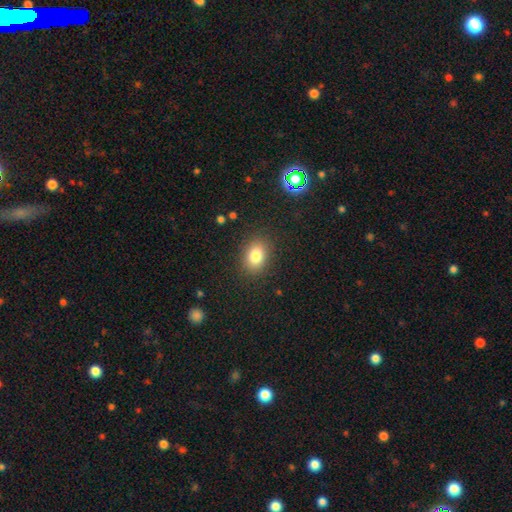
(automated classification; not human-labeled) Overall: smooth (81%). How rounded: in between (65%; round 33%). Merging: none (87%).